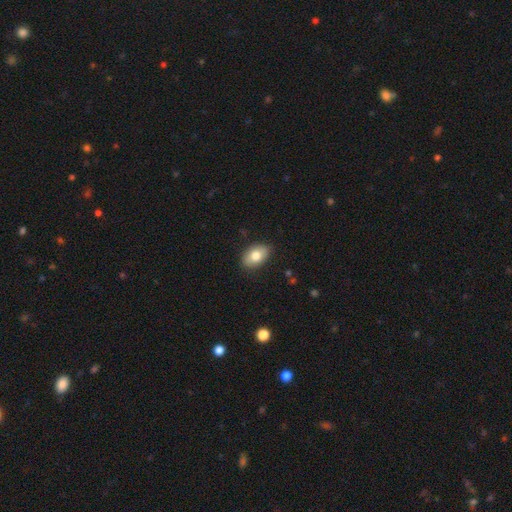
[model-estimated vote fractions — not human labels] smooth-or-featured: smooth: 79% | featured or disk: 14% | star or artifact: 7%
  how-rounded: in between: 88% | round: 10% | cigar-shaped: 1%
  merging: none: 86% | minor disturbance: 11% | major disturbance: 2% | merger: 1%